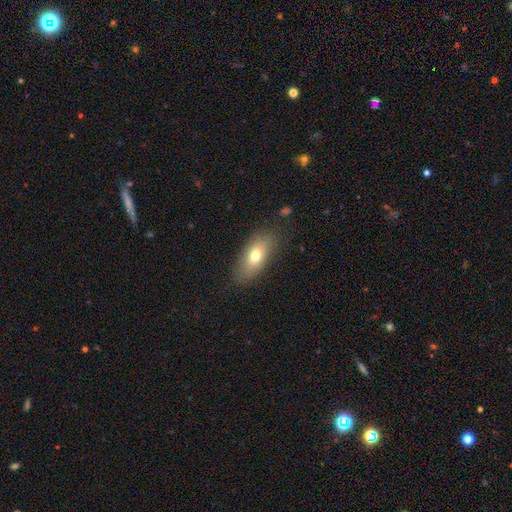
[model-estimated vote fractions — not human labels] The model was most divided on "smooth or featured": smooth: 72%, featured or disk: 20%, star or artifact: 8%. More confident: how rounded — in between (83%); merging — none (80%).